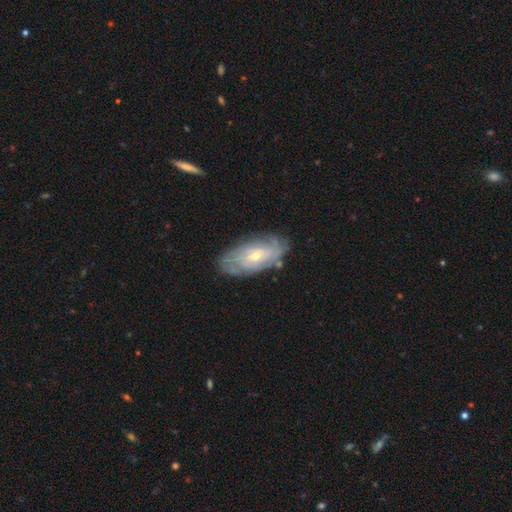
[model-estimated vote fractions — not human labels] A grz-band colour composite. It shows a featured or disk galaxy (74%) with no bar (65%), tight (71%) spiral arms (84%) and a small central bulge (65%). Merging: none (78%).